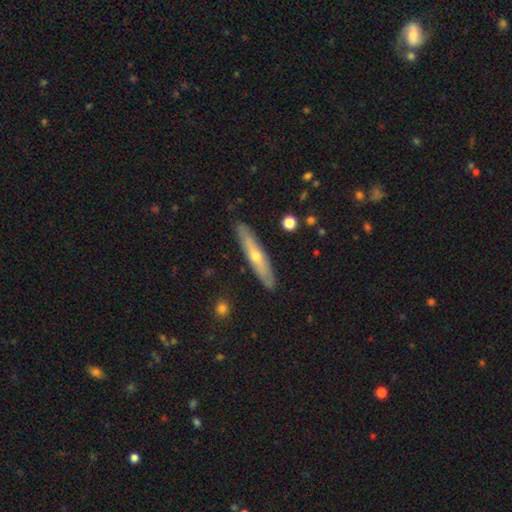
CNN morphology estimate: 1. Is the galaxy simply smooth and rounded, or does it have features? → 55% featured or disk, 39% smooth, 6% star or artifact.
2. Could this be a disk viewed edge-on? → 81% yes, 19% no.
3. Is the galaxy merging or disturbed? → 88% none, 9% minor disturbance, 2% major disturbance, 1% merger.